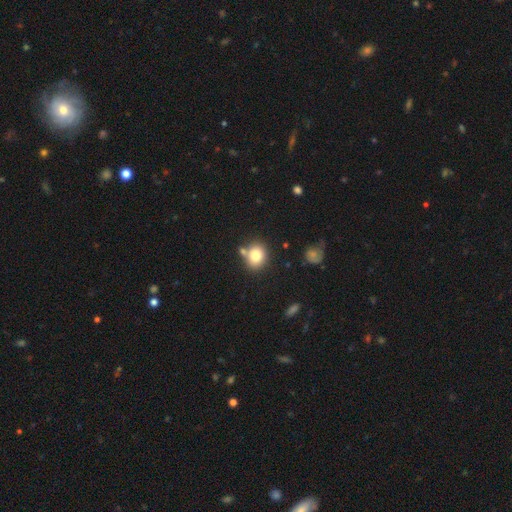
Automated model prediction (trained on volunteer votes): smooth 79%, featured or disk 10%, star or artifact 10%. Down the decision tree: how rounded — round (68%); merging — none (69%).